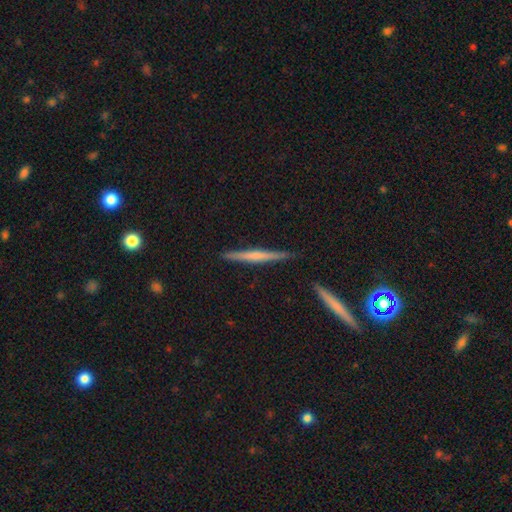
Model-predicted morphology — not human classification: smooth-or-featured: featured or disk: 52% | smooth: 43% | star or artifact: 5%
  disk-edge-on: yes: 97% | no: 3%
    edge-on-bulge: none: 58% | rounded: 30% | boxy: 12%
  merging: none: 89% | minor disturbance: 8% | merger: 2% | major disturbance: 1%